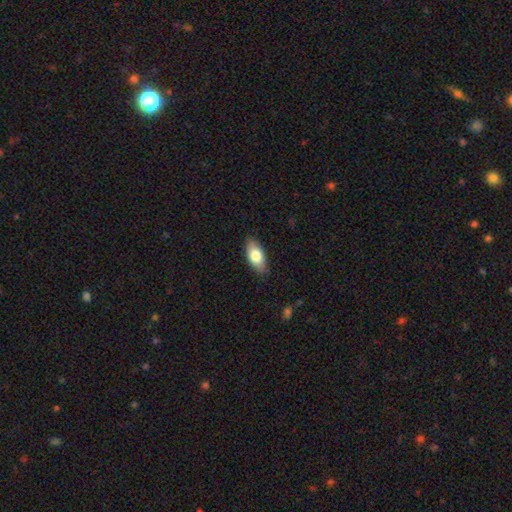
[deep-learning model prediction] smooth 78%, featured or disk 15%, star or artifact 6%. Down the decision tree: how rounded — in between (89%); merging — none (84%).